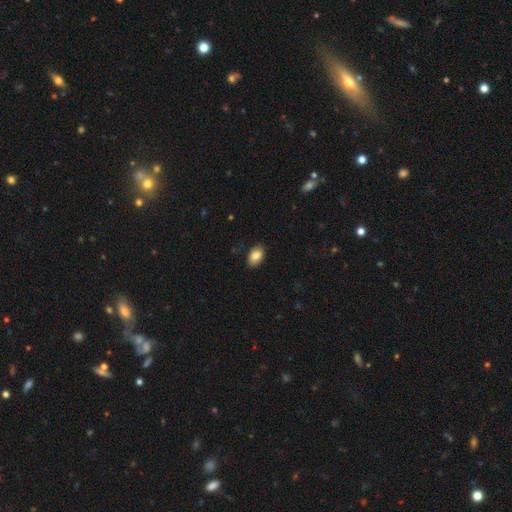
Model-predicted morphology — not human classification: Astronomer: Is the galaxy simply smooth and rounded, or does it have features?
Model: smooth — 84%.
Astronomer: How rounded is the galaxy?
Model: in between — 89%.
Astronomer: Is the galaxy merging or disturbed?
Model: none — 88%.